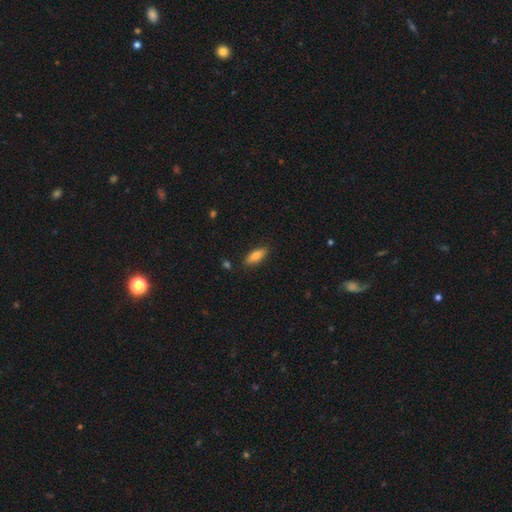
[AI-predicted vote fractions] Morphology: type=smooth (74%); roundness=in between (59%); merging=none (85%).